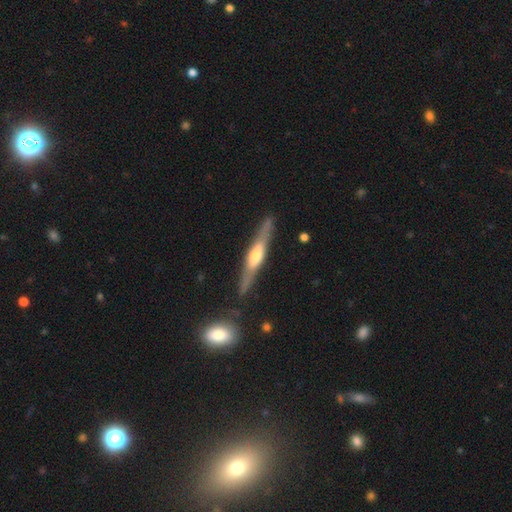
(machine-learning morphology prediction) Q: Smooth or featured?
A: featured or disk (68%); runner-up: smooth (27%)
Q: Edge-on disk?
A: yes (93%); runner-up: no (7%)
Q: Edge-on bulge?
A: rounded (75%); runner-up: boxy (16%)
Q: Merging?
A: none (84%); runner-up: minor disturbance (11%)